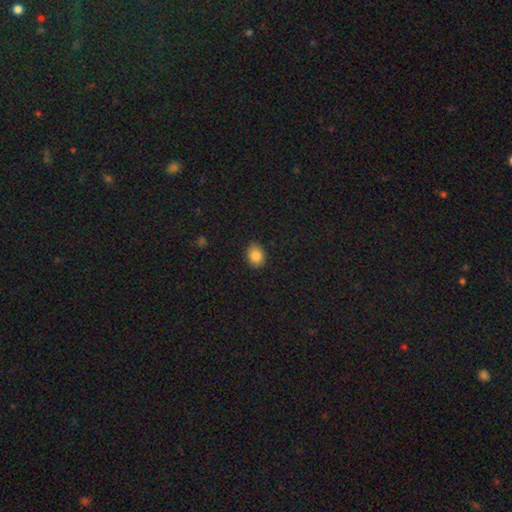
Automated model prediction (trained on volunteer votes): This appears to be a smooth galaxy with no disk features (85%) that is in between round and cigar-shaped (56%). Merging: none (89%).